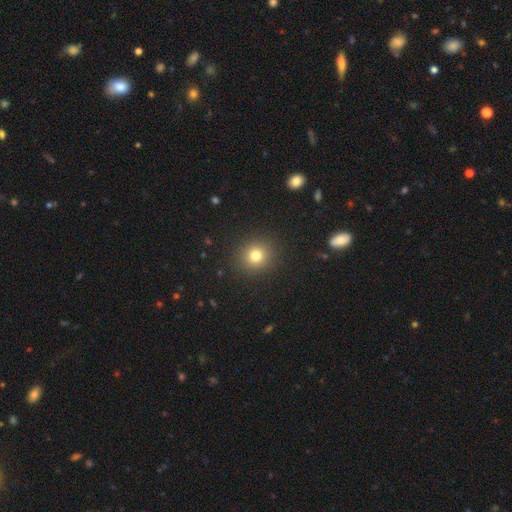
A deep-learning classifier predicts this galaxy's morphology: smooth 78%, star or artifact 14%, featured or disk 7%. Down the decision tree: how rounded — round (89%); merging — none (91%).